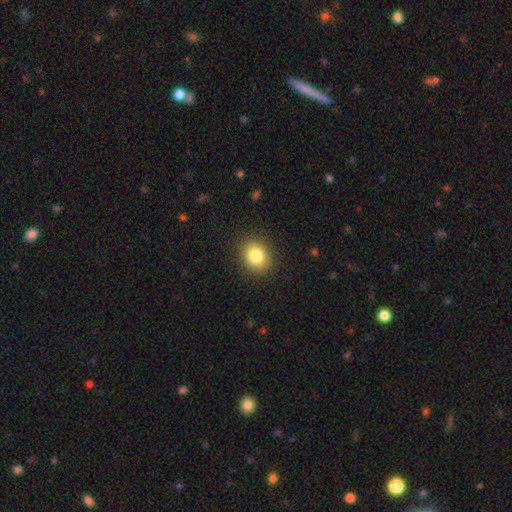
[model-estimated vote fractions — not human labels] smooth-or-featured: smooth: 83% | star or artifact: 10% | featured or disk: 7%
  how-rounded: round: 61% | in between: 38% | cigar-shaped: 1%
  merging: none: 89% | minor disturbance: 8% | major disturbance: 3% | merger: 1%